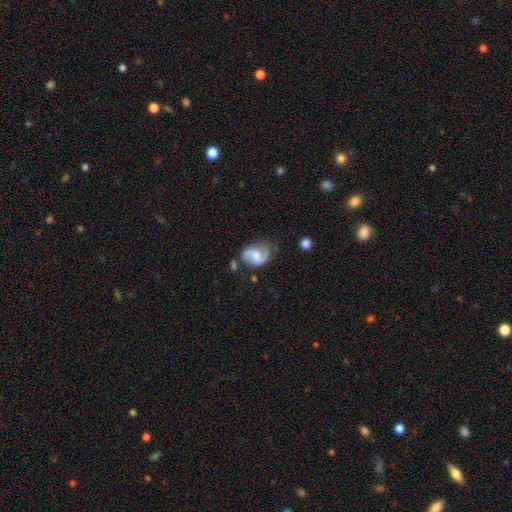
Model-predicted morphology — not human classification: The model was most divided on "bar": weak: 47%, no: 41%, strong: 12%. Remaining: edge-on disk — no (98%); spiral arms — yes (94%); spiral arm count — 2 (84%); smooth or featured — featured or disk (75%); merging — none (58%); spiral winding — medium (46%); bulge size — moderate (36%).